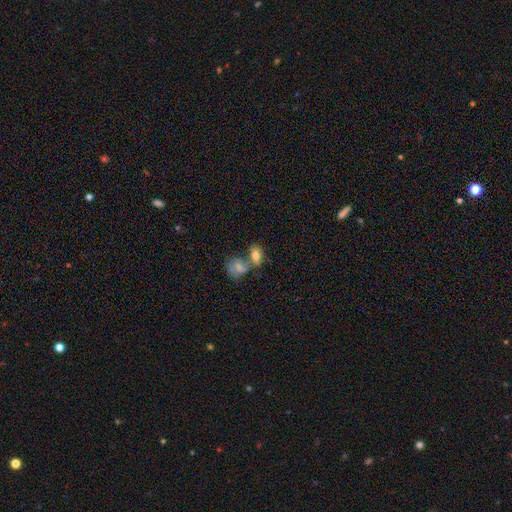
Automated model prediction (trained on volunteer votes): Smooth or featured? Predicted: smooth (p=0.76). How rounded? Predicted: in between (p=0.84). Merging? Predicted: merger (p=0.49).